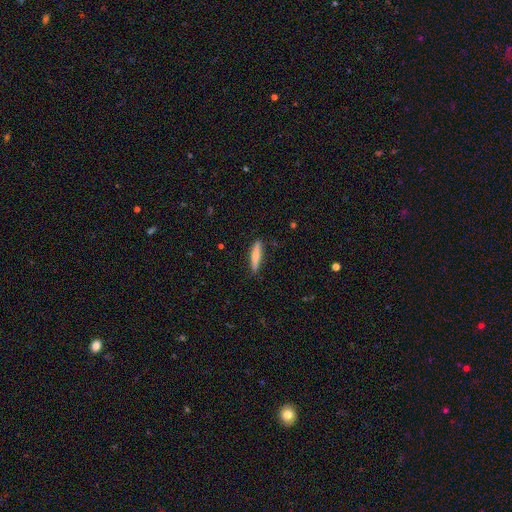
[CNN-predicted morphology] A smooth galaxy with no disk features (65%) that is cigar-shaped (88%). Merging: none (88%).